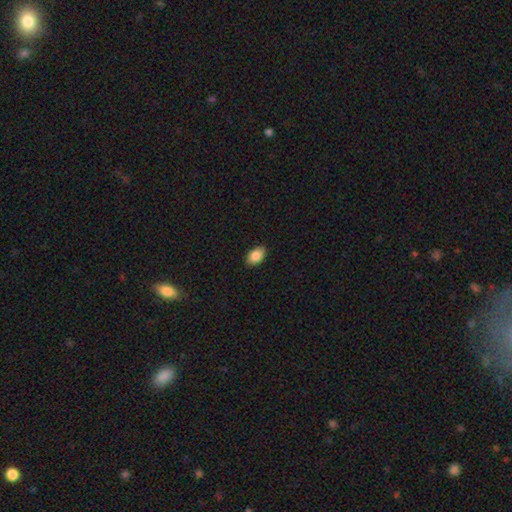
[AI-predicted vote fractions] Q: Smooth or featured?
A: smooth (87%); runner-up: star or artifact (7%)
Q: How rounded?
A: in between (89%); runner-up: round (9%)
Q: Merging?
A: none (88%); runner-up: minor disturbance (9%)